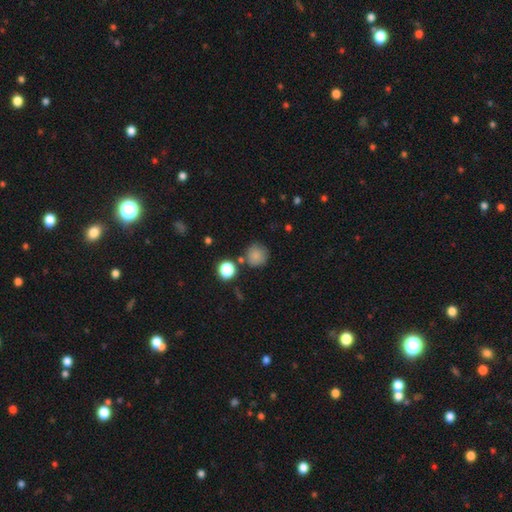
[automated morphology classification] Smooth or featured? smooth (82%)
How rounded? round (93%)
Merging? none (77%)